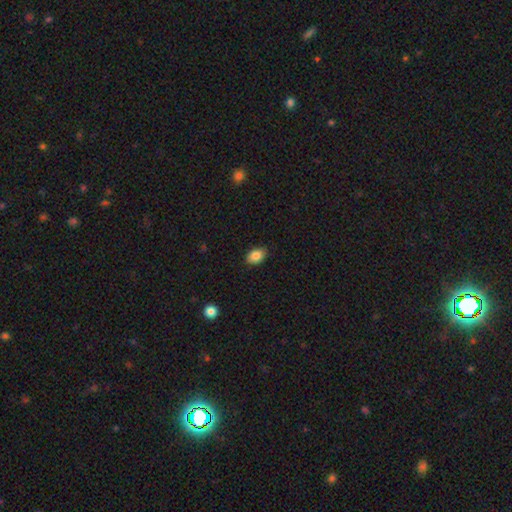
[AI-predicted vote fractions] Smooth or featured? Predicted: smooth (p=0.87). How rounded? Predicted: in between (p=0.82). Merging? Predicted: none (p=0.86).